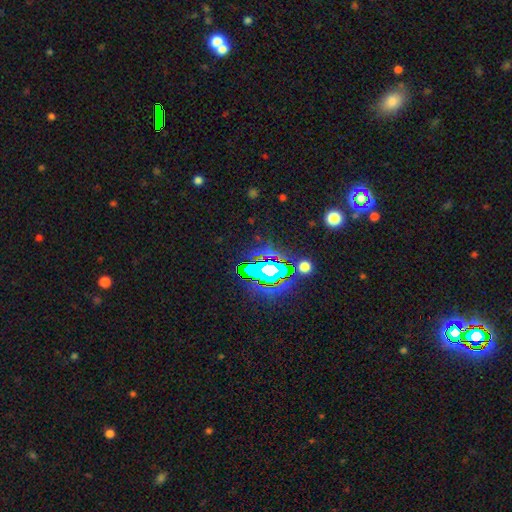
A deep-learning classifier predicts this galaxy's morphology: star or artifact 81%, smooth 10%, featured or disk 9%.